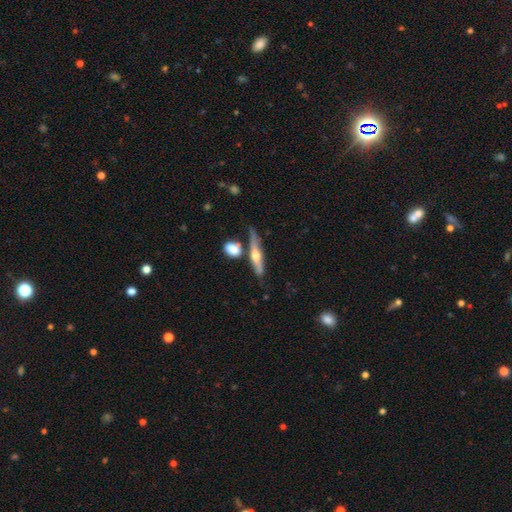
This is likely a featured or disk galaxy (62%). It is clearly viewed edge-on (100%). Edge-on bulge: clearly rounded (100%). Merging: possibly none (55%).